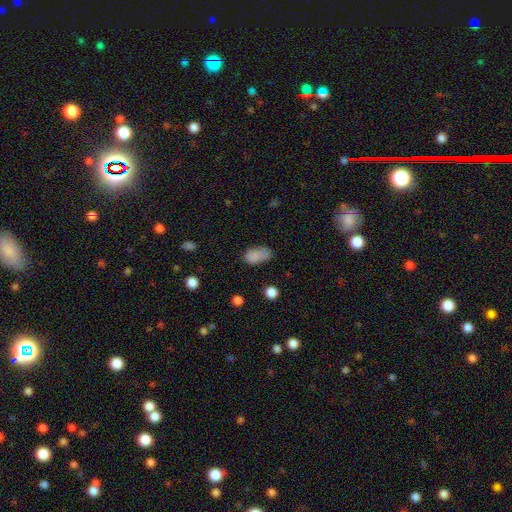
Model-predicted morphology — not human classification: Q: Smooth or featured?
A: smooth (84%); runner-up: star or artifact (10%)
Q: How rounded?
A: in between (92%); runner-up: round (5%)
Q: Merging?
A: none (59%); runner-up: minor disturbance (29%)